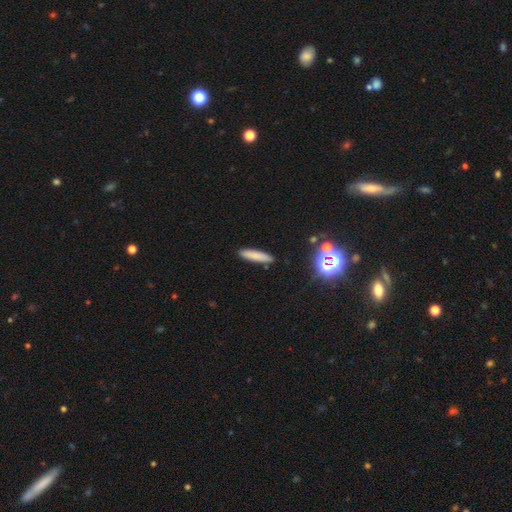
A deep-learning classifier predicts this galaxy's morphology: A smooth galaxy with no disk features (79%) that is cigar-shaped (80%). Merging: none (89%).